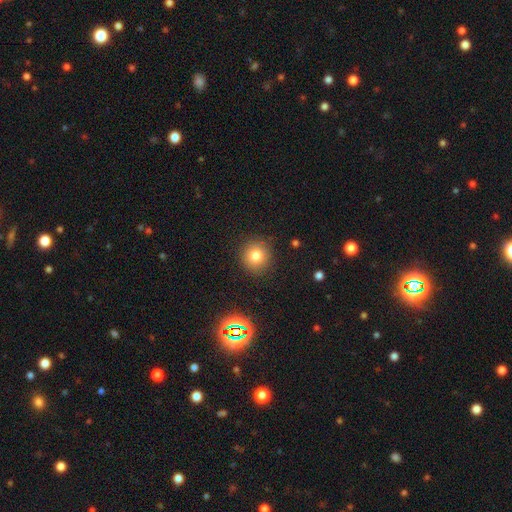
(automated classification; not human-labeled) Q: Smooth or featured?
A: smooth (78%); runner-up: star or artifact (14%)
Q: How rounded?
A: round (91%); runner-up: in between (8%)
Q: Merging?
A: none (89%); runner-up: minor disturbance (7%)